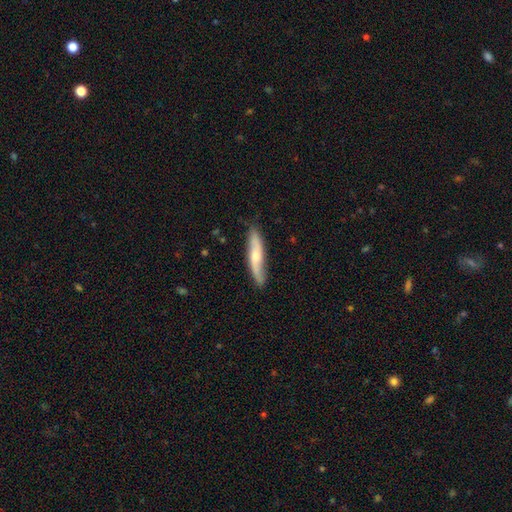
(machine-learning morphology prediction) The model was most divided on "edge-on disk": yes: 52%, no: 48%. More confident: merging — none (80%); smooth or featured — featured or disk (53%).